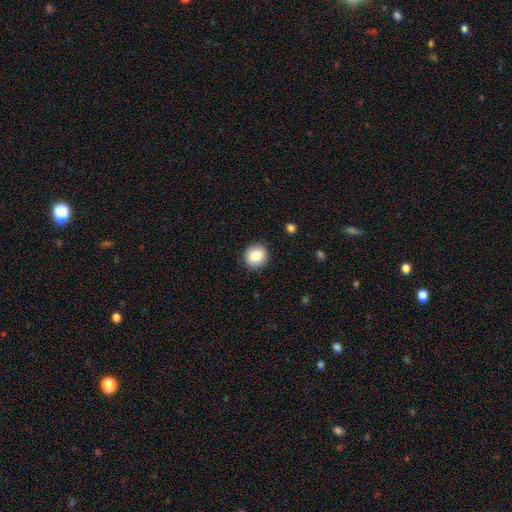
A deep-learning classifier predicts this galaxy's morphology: A smooth galaxy with no disk features (85%) that is round (90%).

Vote fractions:
- Smooth or featured? smooth: 85% / star or artifact: 8% / featured or disk: 6%
- How rounded? round: 90% / in between: 9% / cigar-shaped: 1%
- Merging? none: 90% / minor disturbance: 7% / major disturbance: 2% / merger: 1%